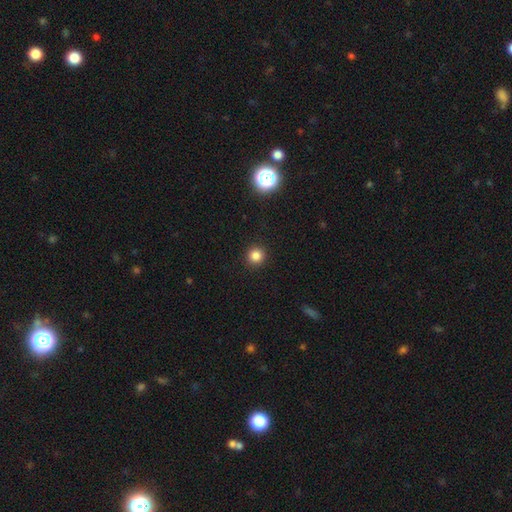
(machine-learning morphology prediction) Smooth or featured? Predicted: smooth (p=0.82). How rounded? Predicted: round (p=0.94). Merging? Predicted: none (p=0.92).